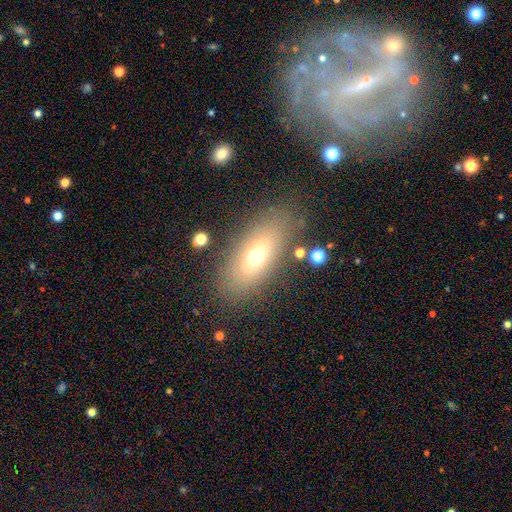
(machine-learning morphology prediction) A smooth galaxy with no disk features (64%) that is in between round and cigar-shaped (80%).

Vote fractions:
- Smooth or featured? smooth: 64% / featured or disk: 25% / star or artifact: 11%
- How rounded? in between: 80% / cigar-shaped: 14% / round: 5%
- Merging? none: 81% / minor disturbance: 11% / major disturbance: 5% / merger: 3%